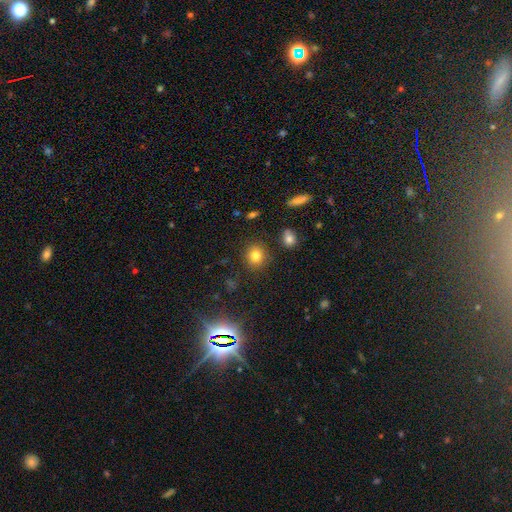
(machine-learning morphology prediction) Smooth or featured? smooth (80%)
How rounded? round (81%)
Merging? none (87%)